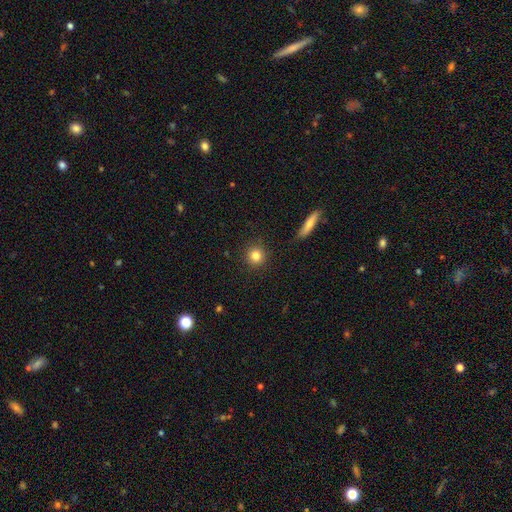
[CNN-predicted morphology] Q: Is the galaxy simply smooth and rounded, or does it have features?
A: smooth — 82%.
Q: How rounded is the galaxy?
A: round — 93%.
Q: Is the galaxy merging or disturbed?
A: none — 91%.